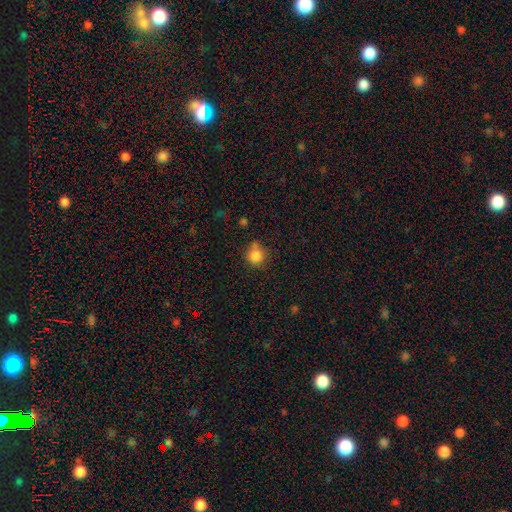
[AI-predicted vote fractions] smooth_or_featured: smooth (p=0.84) [alt: star or artifact p=0.11]
how_rounded: round (p=0.91) [alt: in between p=0.08]
merging: none (p=0.65) [alt: minor disturbance p=0.16]